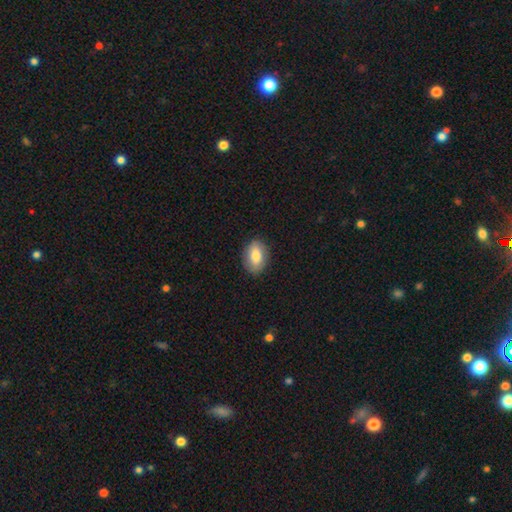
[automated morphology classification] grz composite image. It shows a smooth galaxy with no disk features (82%) that is in between round and cigar-shaped (85%). Merging: none (86%).